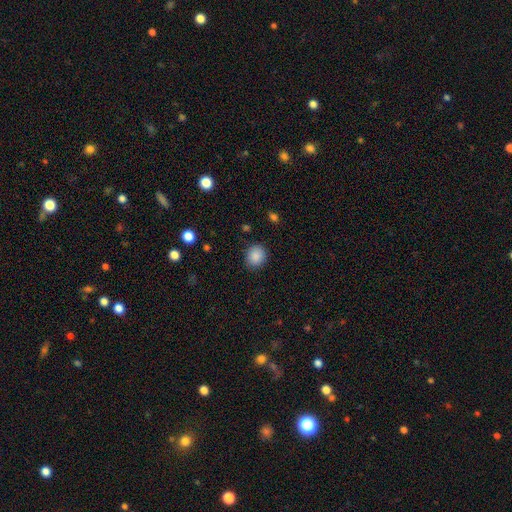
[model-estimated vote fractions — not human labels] Q: Smooth or featured?
A: smooth (88%); runner-up: star or artifact (9%)
Q: How rounded?
A: round (76%); runner-up: in between (23%)
Q: Merging?
A: none (87%); runner-up: minor disturbance (9%)